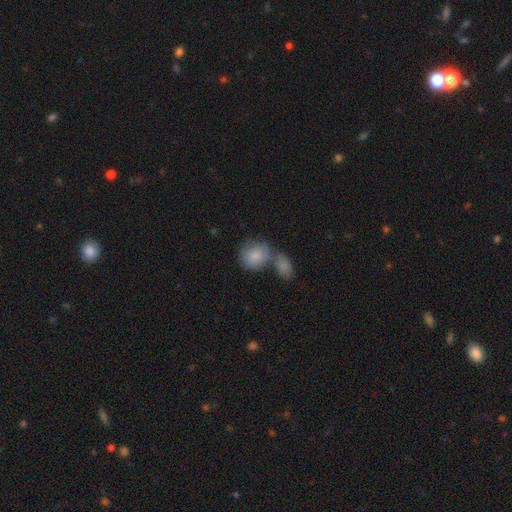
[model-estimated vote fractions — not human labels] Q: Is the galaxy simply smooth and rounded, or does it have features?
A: smooth — 85%.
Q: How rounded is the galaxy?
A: round — 65%.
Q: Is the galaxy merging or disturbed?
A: merger — 45%.